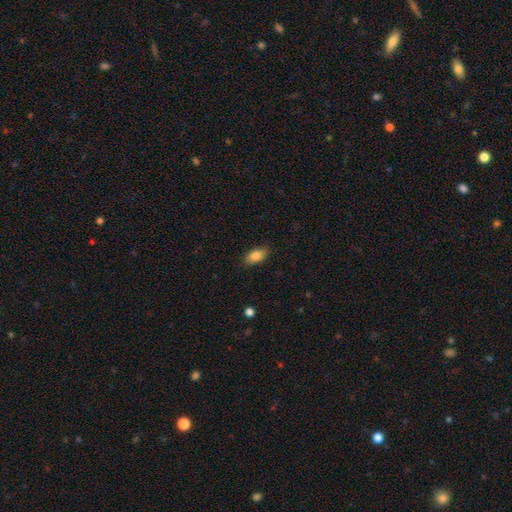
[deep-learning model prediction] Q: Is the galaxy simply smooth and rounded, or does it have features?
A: smooth — 85%.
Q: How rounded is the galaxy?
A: in between — 91%.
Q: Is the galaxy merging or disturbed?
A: none — 86%.